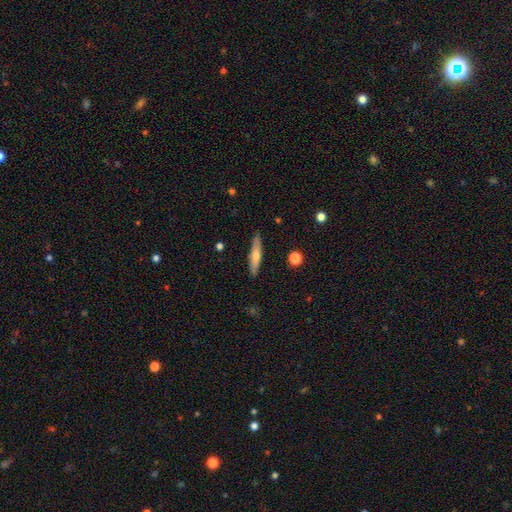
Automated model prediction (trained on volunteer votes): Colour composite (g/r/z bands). It shows a smooth galaxy with no disk features (57%) that is cigar-shaped (83%). Merging: none (88%).